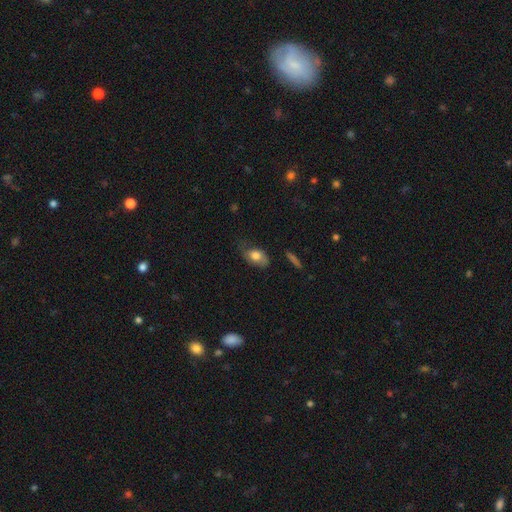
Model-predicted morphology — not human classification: smooth 72%, featured or disk 20%, star or artifact 7%. Down the decision tree: how rounded — in between (84%); merging — none (52%).